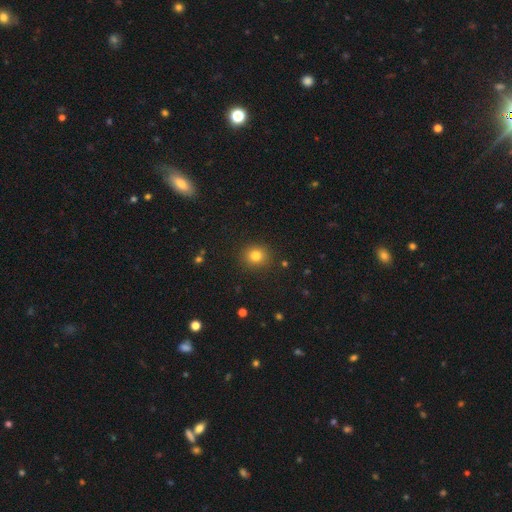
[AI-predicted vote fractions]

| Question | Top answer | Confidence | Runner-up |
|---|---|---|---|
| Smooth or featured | smooth | 81% | star or artifact (13%) |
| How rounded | round | 87% | in between (12%) |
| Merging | none | 90% | minor disturbance (6%) |